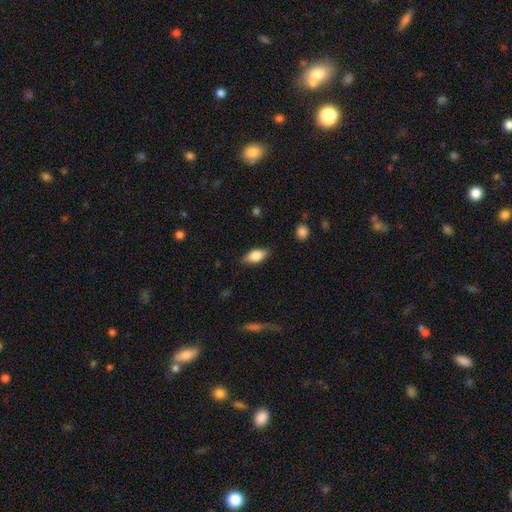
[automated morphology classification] Smooth or featured? smooth (78%)
How rounded? in between (87%)
Merging? none (83%)